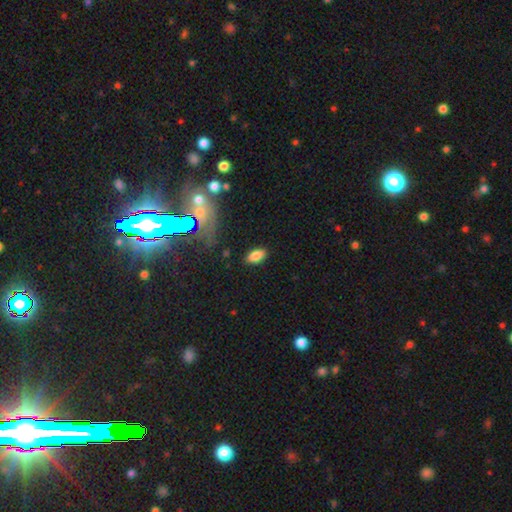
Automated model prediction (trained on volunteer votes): Smooth or featured? smooth (83%)
How rounded? in between (91%)
Merging? none (85%)